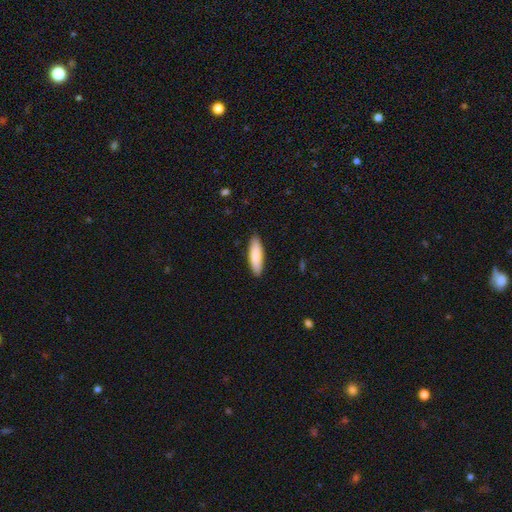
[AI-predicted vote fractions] A smooth galaxy with no disk features (83%) that is cigar-shaped (60%).

Vote fractions:
- Smooth or featured? smooth: 83% / featured or disk: 12% / star or artifact: 5%
- How rounded? cigar-shaped: 60% / in between: 39% / round: 1%
- Merging? none: 89% / minor disturbance: 8% / major disturbance: 2% / merger: 1%